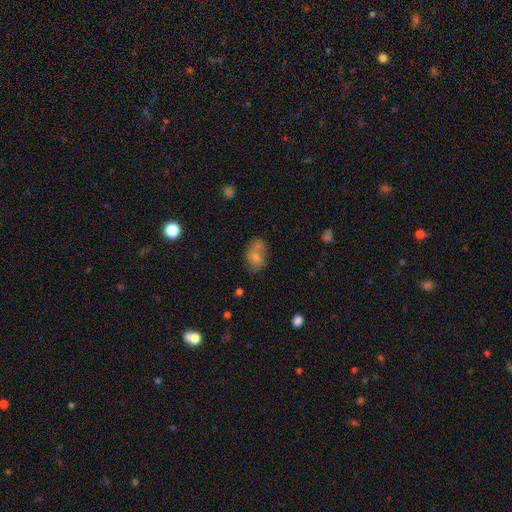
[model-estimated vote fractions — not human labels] smooth-or-featured: smooth: 71% | featured or disk: 19% | star or artifact: 10%
  how-rounded: in between: 71% | round: 27% | cigar-shaped: 2%
  merging: none: 41% | merger: 34% | minor disturbance: 17% | major disturbance: 7%